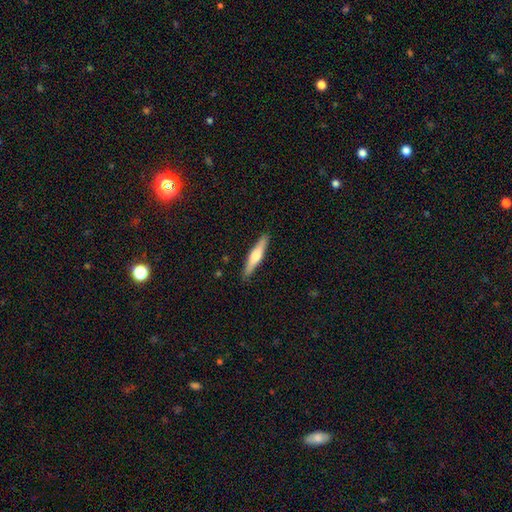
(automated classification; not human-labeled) The model was most divided on "smooth or featured": smooth: 49%, featured or disk: 46%, star or artifact: 5%. More confident: merging — none (89%).